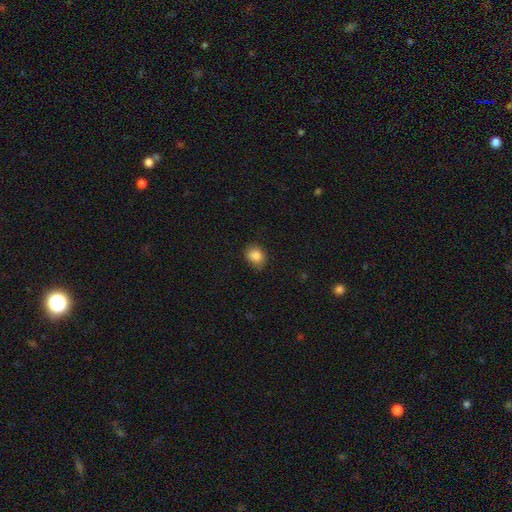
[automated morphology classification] This appears to be a smooth galaxy with no disk features (85%) that is round (55%). Merging: none (73%).